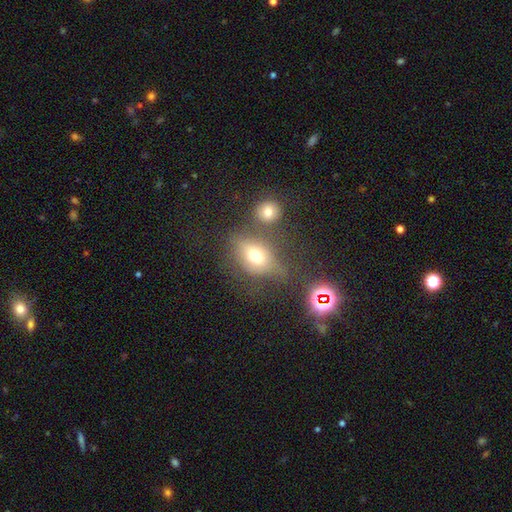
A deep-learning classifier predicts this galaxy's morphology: This is likely a smooth galaxy (65%). How rounded: likely in between (69%). Merging: possibly none (49%).